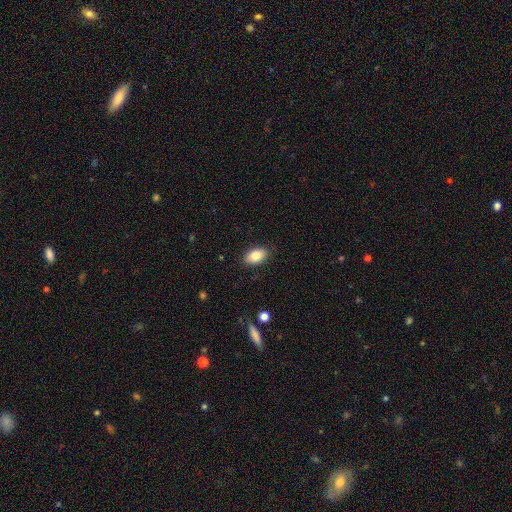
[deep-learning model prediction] Smooth or featured? smooth (83%)
How rounded? in between (91%)
Merging? none (87%)